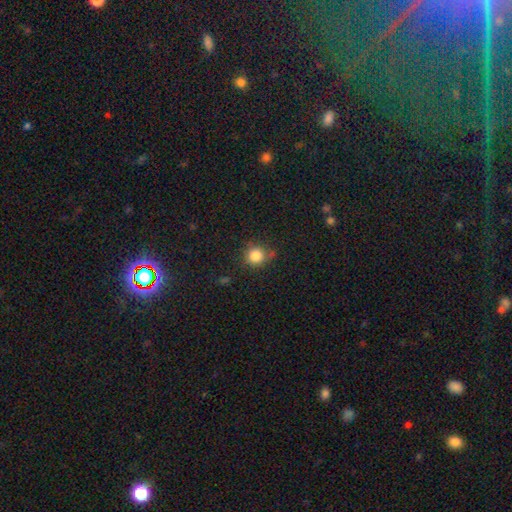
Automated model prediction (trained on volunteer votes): Overall: smooth (84%). How rounded: round (90%). Merging: none (73%).